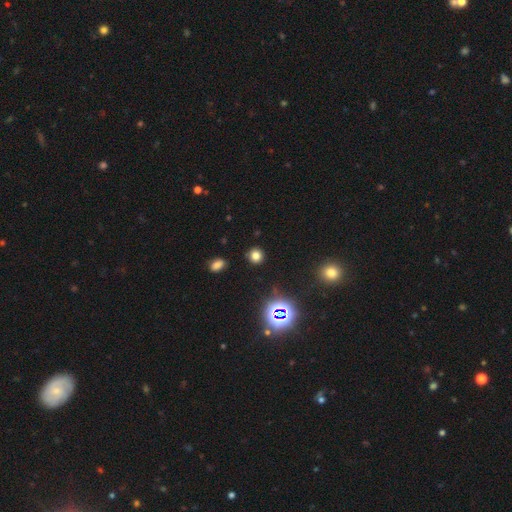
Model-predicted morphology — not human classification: A smooth galaxy with no disk features (71%) that is round (88%).

Vote fractions:
- Smooth or featured? smooth: 71% / star or artifact: 23% / featured or disk: 6%
- How rounded? round: 88% / in between: 10% / cigar-shaped: 1%
- Merging? none: 89% / minor disturbance: 7% / major disturbance: 3% / merger: 2%